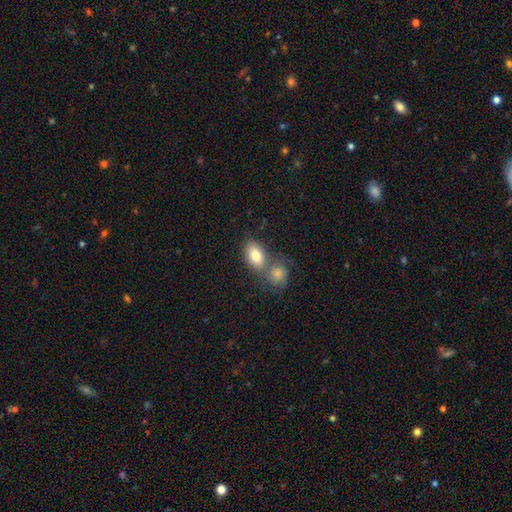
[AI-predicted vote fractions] Smooth or featured?
  - smooth: 82% *
  - featured or disk: 12%
  - star or artifact: 7%
How rounded?
  - in between: 87% *
  - round: 12%
  - cigar-shaped: 2%
Merging?
  - none: 44% *
  - merger: 42%
  - minor disturbance: 10%
  - major disturbance: 4%